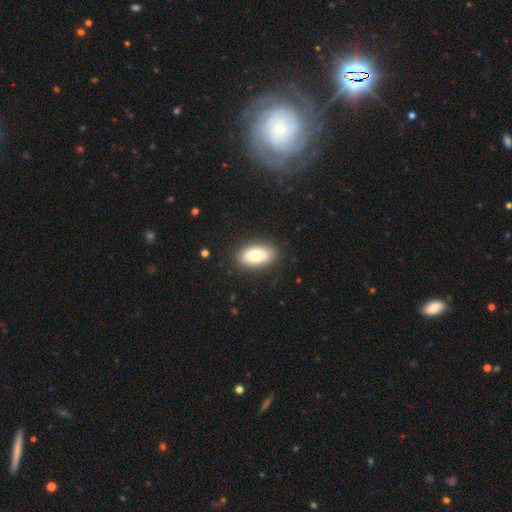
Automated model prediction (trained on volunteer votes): A smooth galaxy with no disk features (76%) that is in between round and cigar-shaped (92%).

Vote fractions:
- Smooth or featured? smooth: 76% / featured or disk: 17% / star or artifact: 7%
- How rounded? in between: 92% / round: 5% / cigar-shaped: 3%
- Merging? none: 87% / minor disturbance: 10% / major disturbance: 3% / merger: 1%